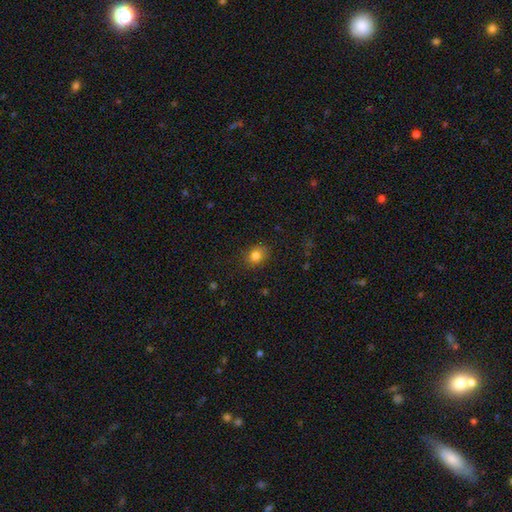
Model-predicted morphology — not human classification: smooth-or-featured: smooth: 80% | star or artifact: 12% | featured or disk: 7%
  how-rounded: round: 61% | in between: 38% | cigar-shaped: 1%
  merging: none: 87% | minor disturbance: 10% | major disturbance: 3% | merger: 1%